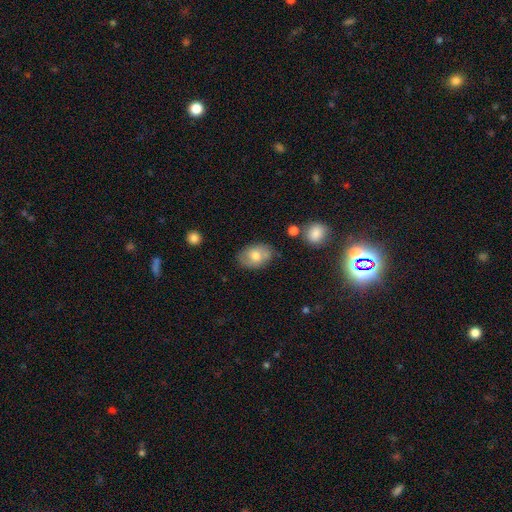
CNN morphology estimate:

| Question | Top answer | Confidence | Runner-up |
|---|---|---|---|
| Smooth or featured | smooth | 68% | featured or disk (25%) |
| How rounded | in between | 79% | round (19%) |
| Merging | none | 75% | minor disturbance (18%) |